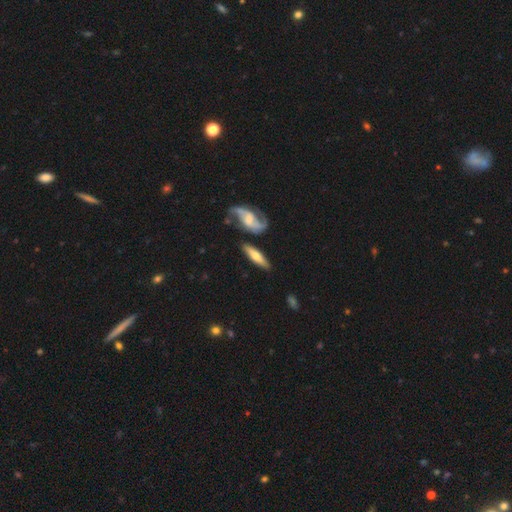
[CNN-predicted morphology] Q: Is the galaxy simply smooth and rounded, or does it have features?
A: featured or disk — 51%.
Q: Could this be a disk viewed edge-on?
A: yes — 60%.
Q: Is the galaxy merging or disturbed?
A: none — 72%.